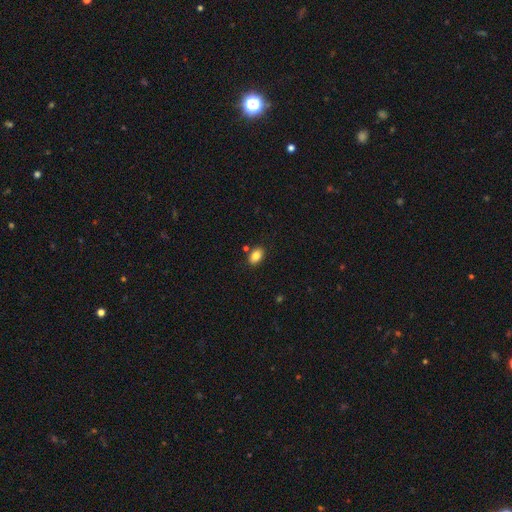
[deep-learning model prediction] smooth 85%, star or artifact 9%, featured or disk 6%. Down the decision tree: how rounded — in between (84%); merging — none (83%).